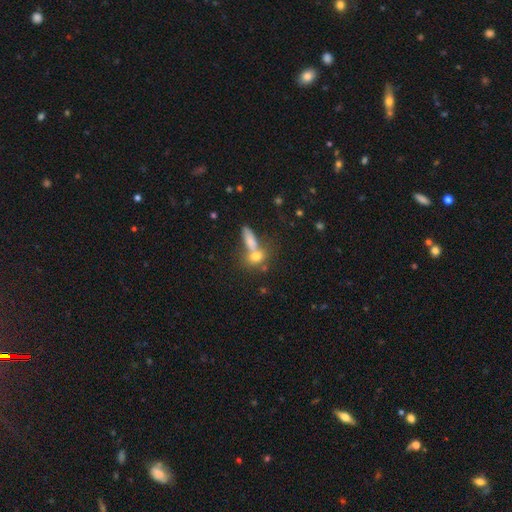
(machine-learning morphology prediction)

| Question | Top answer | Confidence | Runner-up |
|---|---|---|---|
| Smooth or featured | smooth | 56% | featured or disk (26%) |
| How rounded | in between | 41% | tied: round (41%) |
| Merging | merger | 52% | none (34%) |